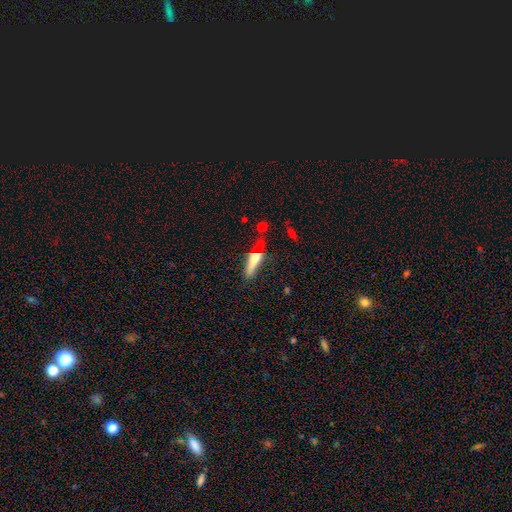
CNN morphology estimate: Smooth or featured? smooth (49%)
Merging? none (52%)